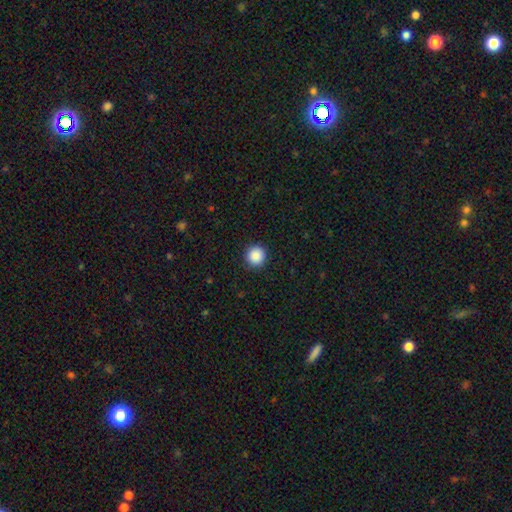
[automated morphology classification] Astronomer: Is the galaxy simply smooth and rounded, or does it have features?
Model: smooth — 89%.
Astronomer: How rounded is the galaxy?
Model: round — 95%.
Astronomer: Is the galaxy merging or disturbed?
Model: none — 92%.